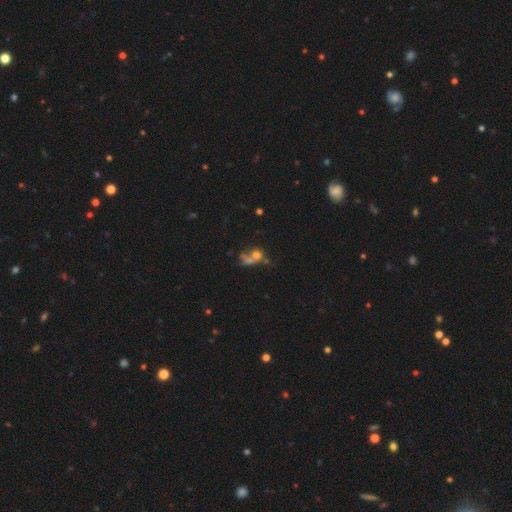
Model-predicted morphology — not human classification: type=smooth (52%); roundness=round (63%); merging=merger (43%).